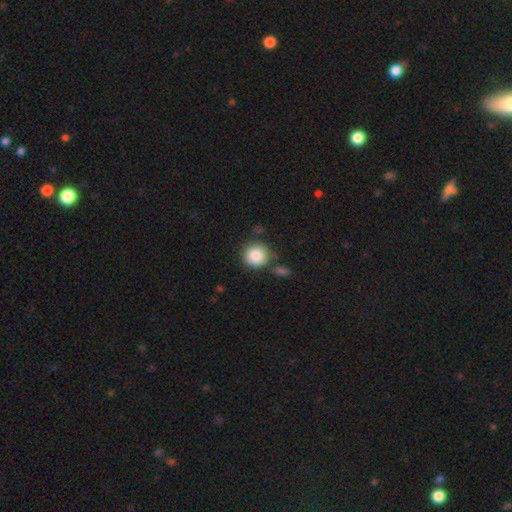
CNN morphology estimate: A smooth galaxy with no disk features (87%) that is round (92%). Merging: none (71%).